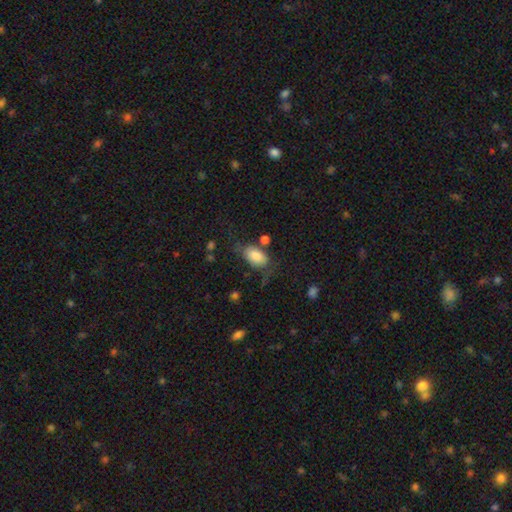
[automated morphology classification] smooth 78%, featured or disk 14%, star or artifact 8%. Down the decision tree: how rounded — in between (91%); merging — none (45%).